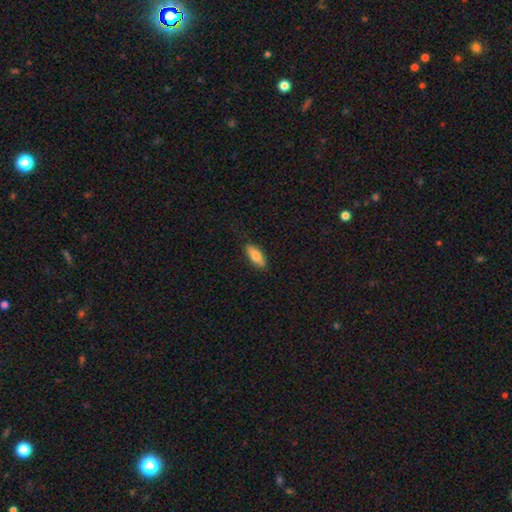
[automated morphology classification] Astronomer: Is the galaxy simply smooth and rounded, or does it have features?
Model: smooth — 77%.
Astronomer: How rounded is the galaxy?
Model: in between — 70%.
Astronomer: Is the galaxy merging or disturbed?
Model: none — 83%.